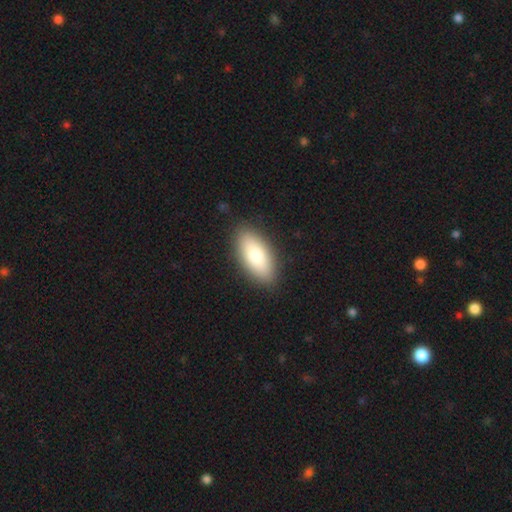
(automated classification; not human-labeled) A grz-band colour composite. It shows a smooth galaxy with no disk features (81%) that is in between round and cigar-shaped (85%). Merging: none (87%).